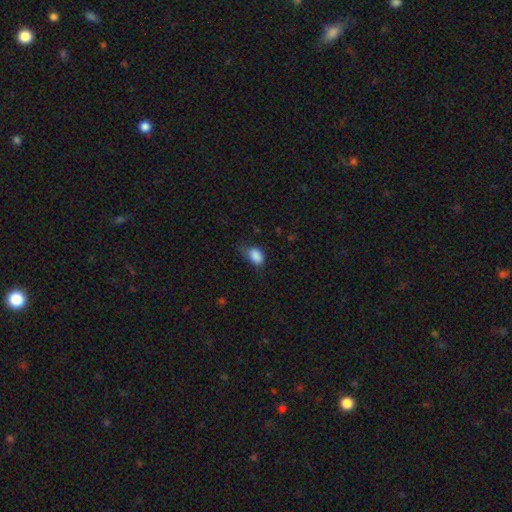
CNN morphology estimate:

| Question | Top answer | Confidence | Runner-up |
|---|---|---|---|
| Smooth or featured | smooth | 87% | star or artifact (9%) |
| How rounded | in between | 82% | round (17%) |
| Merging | none | 49% | minor disturbance (36%) |